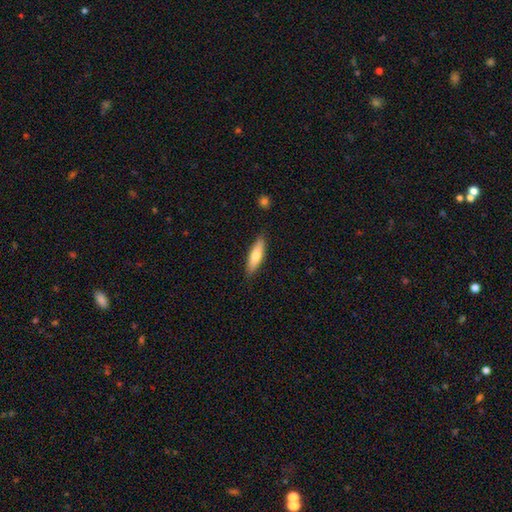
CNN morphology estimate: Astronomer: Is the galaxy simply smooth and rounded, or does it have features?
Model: smooth — 67%.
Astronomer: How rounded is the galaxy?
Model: cigar-shaped — 57% (runner-up: in between, 41%).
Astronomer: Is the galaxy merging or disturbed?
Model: none — 86%.